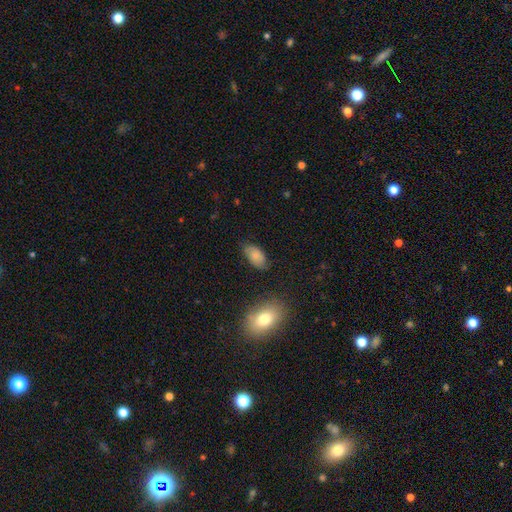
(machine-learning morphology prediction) Smooth or featured? smooth (75%)
How rounded? in between (93%)
Merging? none (75%)